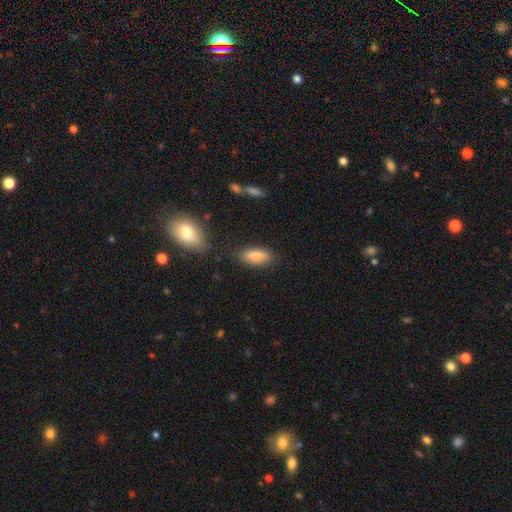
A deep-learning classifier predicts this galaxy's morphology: Smooth or featured? Predicted: smooth (p=0.83). How rounded? Predicted: in between (p=0.82). Merging? Predicted: none (p=0.80).